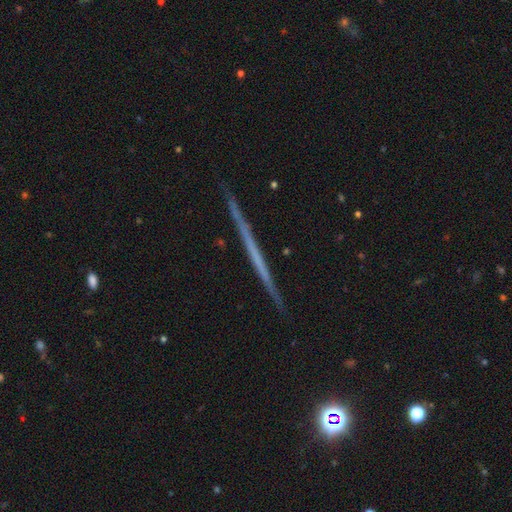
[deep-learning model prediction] smooth-or-featured: featured or disk: 65% | smooth: 27% | star or artifact: 8%
  disk-edge-on: yes: 98% | no: 2%
    edge-on-bulge: none: 93% | rounded: 4% | boxy: 3%
  merging: none: 91% | minor disturbance: 6% | major disturbance: 1% | merger: 1%